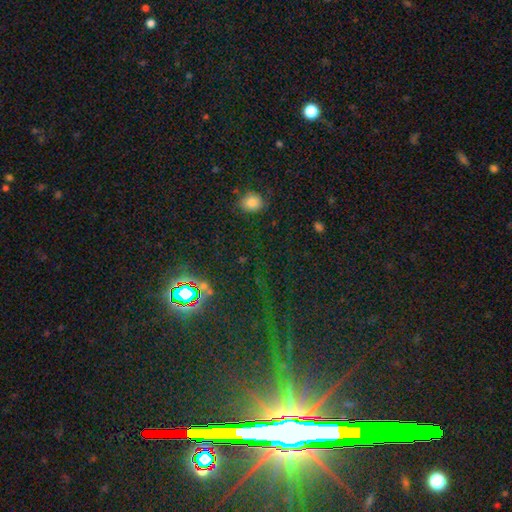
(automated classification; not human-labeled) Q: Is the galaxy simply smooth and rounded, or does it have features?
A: star or artifact — 74%.